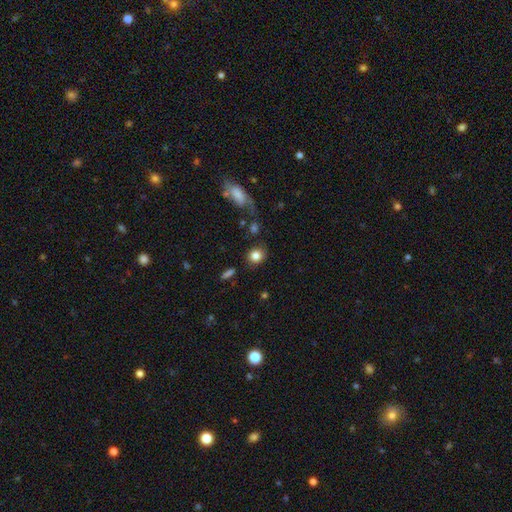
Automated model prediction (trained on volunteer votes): smooth 82%, star or artifact 9%, featured or disk 9%. Down the decision tree: how rounded — round (70%); merging — none (79%).